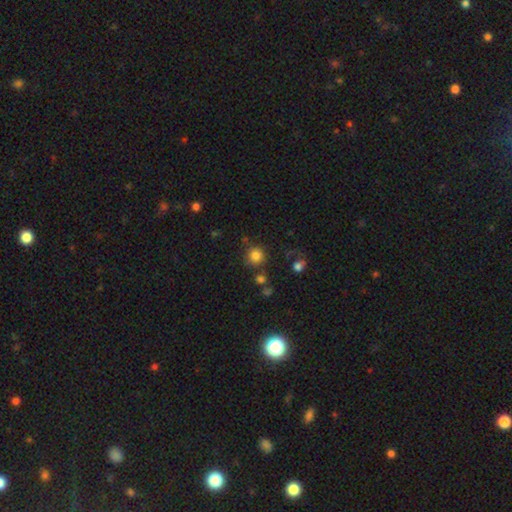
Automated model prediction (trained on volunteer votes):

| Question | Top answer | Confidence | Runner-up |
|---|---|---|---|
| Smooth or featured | smooth | 81% | star or artifact (13%) |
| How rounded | round | 92% | in between (7%) |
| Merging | none | 80% | minor disturbance (9%) |